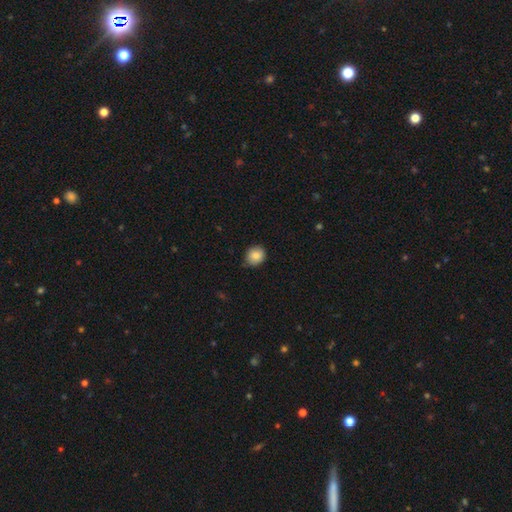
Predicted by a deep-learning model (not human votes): This appears to be a smooth galaxy with no disk features (86%) that is round (78%). Merging: none (78%).